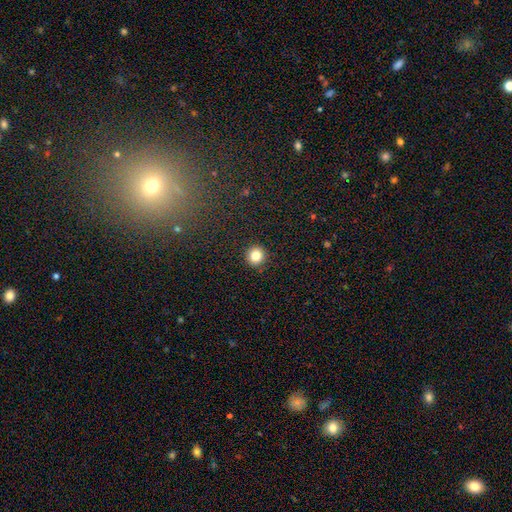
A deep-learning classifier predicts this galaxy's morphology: The model was most divided on "smooth or featured": smooth: 83%, star or artifact: 11%, featured or disk: 5%. More confident: how rounded — round (95%); merging — none (93%).